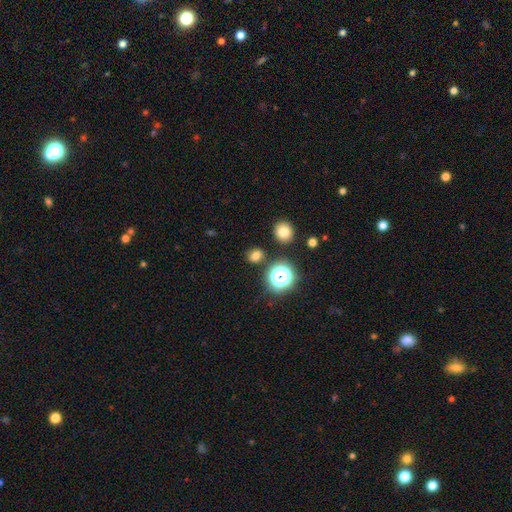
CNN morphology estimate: Smooth or featured?
  - smooth: 72% *
  - star or artifact: 22%
  - featured or disk: 6%
How rounded?
  - round: 61% *
  - in between: 38%
  - cigar-shaped: 1%
Merging?
  - none: 83% *
  - minor disturbance: 9%
  - merger: 5%
  - major disturbance: 3%